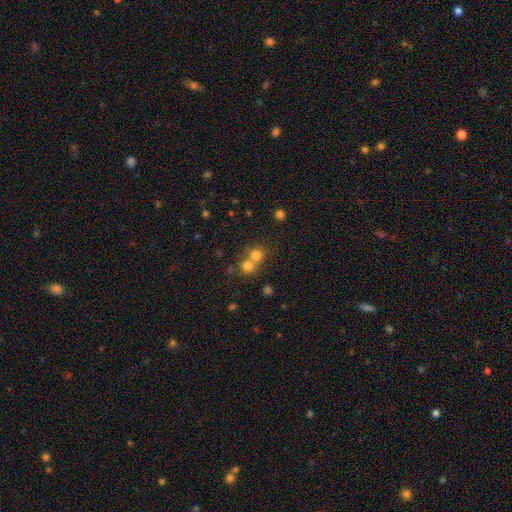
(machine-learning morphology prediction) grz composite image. It shows a smooth galaxy with no disk features (74%) that is round (86%). Merging: merger (51%).